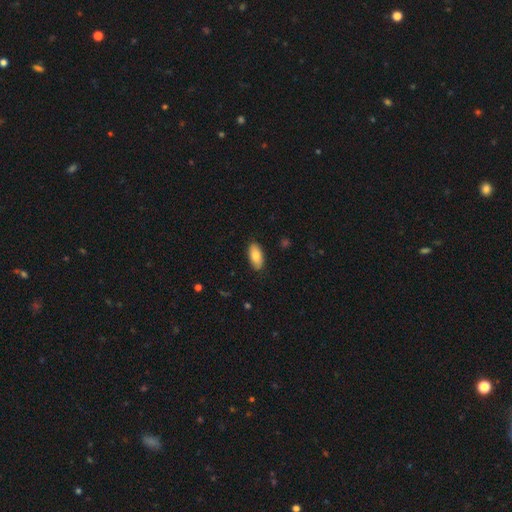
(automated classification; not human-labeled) Morphology: type=smooth (83%); roundness=in between (90%); merging=none (89%).